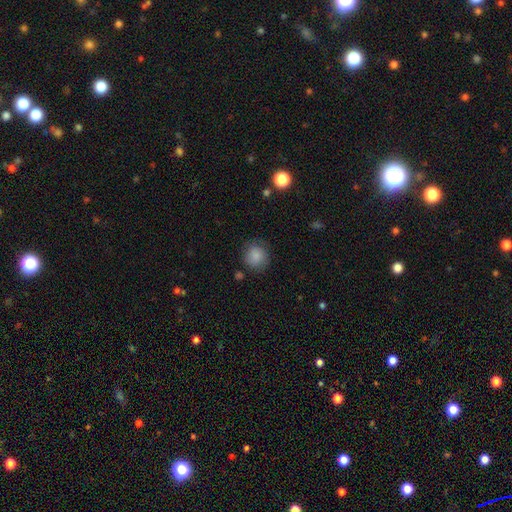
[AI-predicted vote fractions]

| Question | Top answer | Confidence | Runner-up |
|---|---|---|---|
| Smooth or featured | smooth | 86% | star or artifact (9%) |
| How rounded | round | 87% | in between (12%) |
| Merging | none | 78% | minor disturbance (15%) |